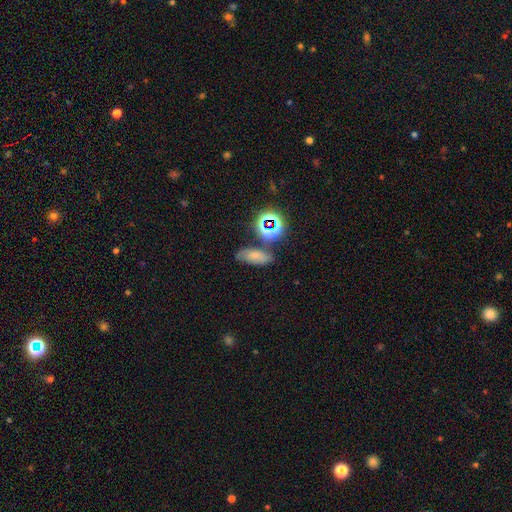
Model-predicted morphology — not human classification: smooth 58%, star or artifact 23%, featured or disk 18%. Down the decision tree: how rounded — in between (78%); merging — none (64%).